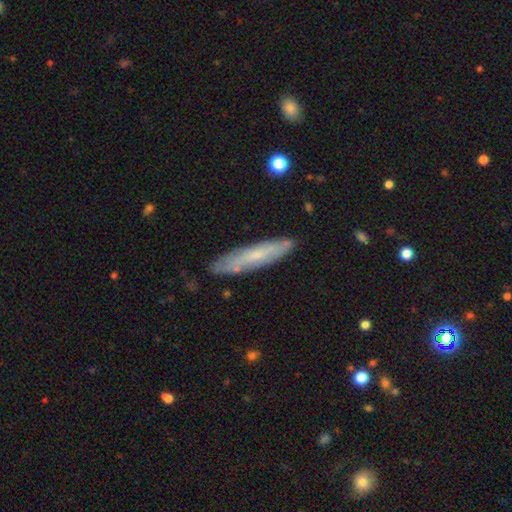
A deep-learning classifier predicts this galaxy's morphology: Smooth or featured?
  - smooth: 51% *
  - featured or disk: 43%
  - star or artifact: 6%
How rounded?
  - cigar-shaped: 83% *
  - in between: 16%
  - round: 1%
Merging?
  - none: 83% *
  - minor disturbance: 13%
  - major disturbance: 2%
  - merger: 2%